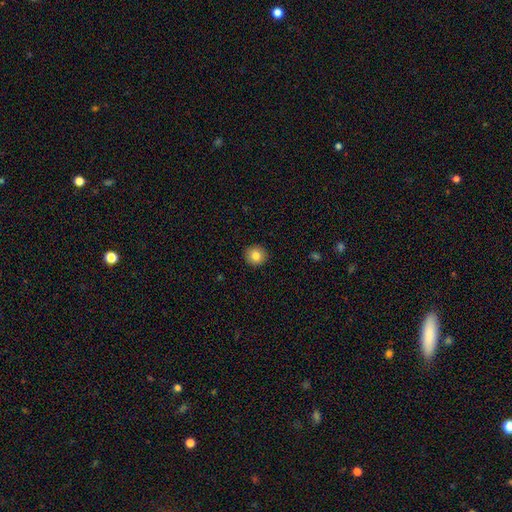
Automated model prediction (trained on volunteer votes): Morphology: type=smooth (83%); roundness=round (92%); merging=none (92%).